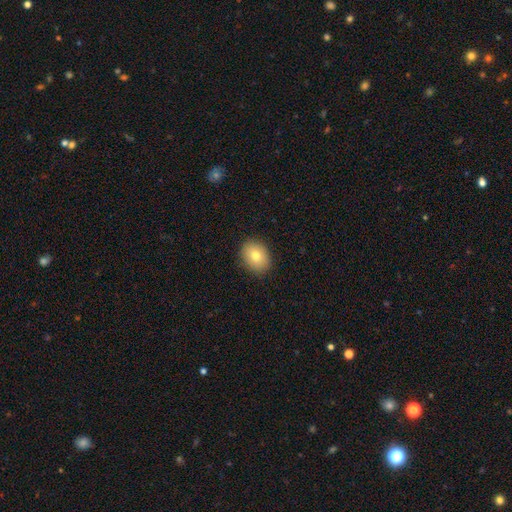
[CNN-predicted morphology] This appears to be a smooth galaxy with no disk features (77%) that is in between round and cigar-shaped (56%). Merging: none (89%).